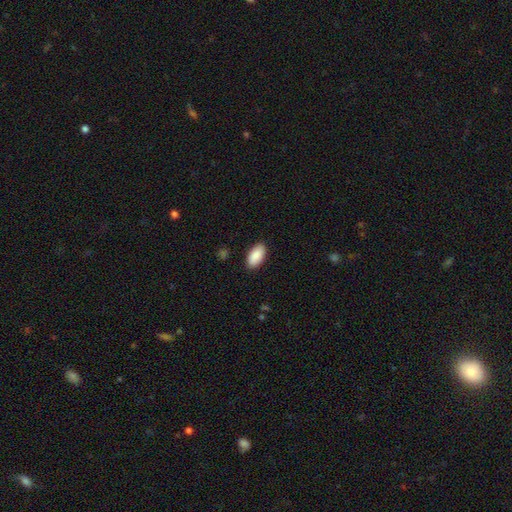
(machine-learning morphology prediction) The model was most divided on "merging": none: 88%, minor disturbance: 9%, major disturbance: 2%, merger: 1%. More confident: how rounded — in between (95%); smooth or featured — smooth (90%).